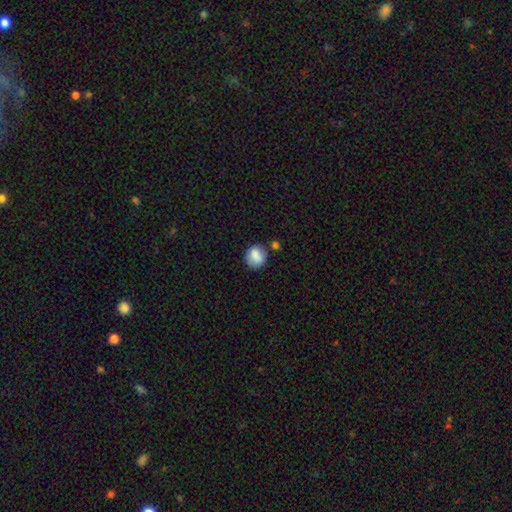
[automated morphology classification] Overall: smooth (85%). How rounded: round (77%). Merging: none (69%).